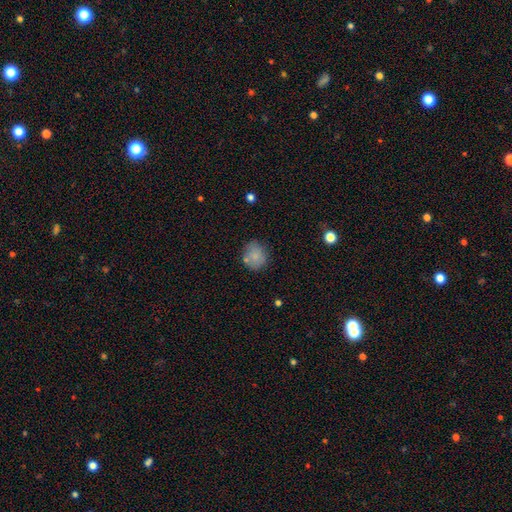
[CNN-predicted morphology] type=smooth (80%); roundness=round (73%); merging=none (70%).